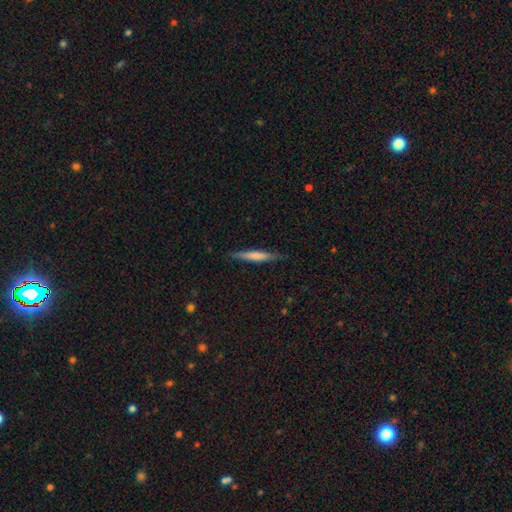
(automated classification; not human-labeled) Smooth or featured: smooth — 61% (featured or disk — 34%)
How rounded: cigar-shaped — 94% (in between — 4%)
Merging: none — 87% (minor disturbance — 10%)